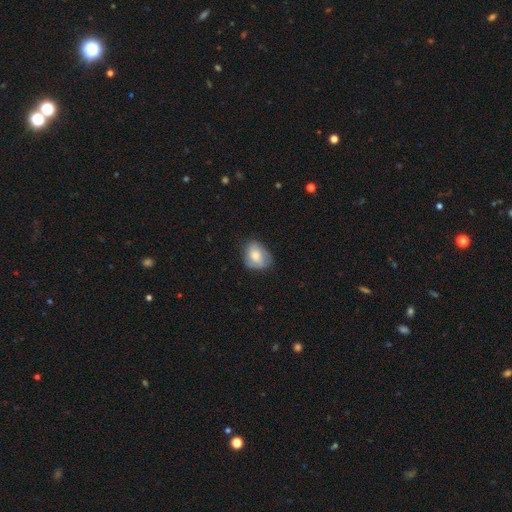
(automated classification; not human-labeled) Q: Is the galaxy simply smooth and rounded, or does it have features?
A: smooth — 71%.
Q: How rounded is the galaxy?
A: in between — 57%.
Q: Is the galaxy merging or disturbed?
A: none — 60%.